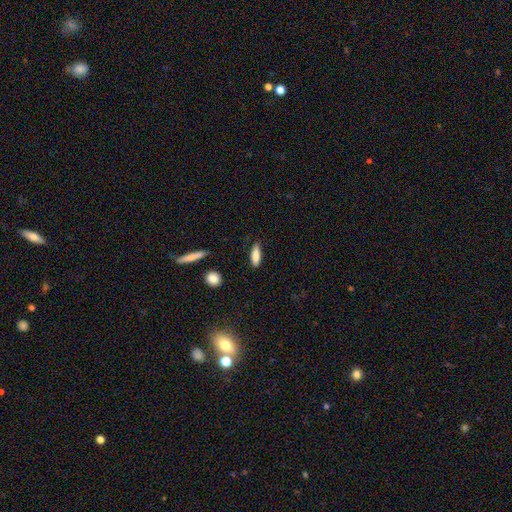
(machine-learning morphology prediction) Q: Smooth or featured?
A: smooth (83%); runner-up: featured or disk (10%)
Q: How rounded?
A: in between (50%); runner-up: cigar-shaped (48%)
Q: Merging?
A: none (84%); runner-up: minor disturbance (12%)